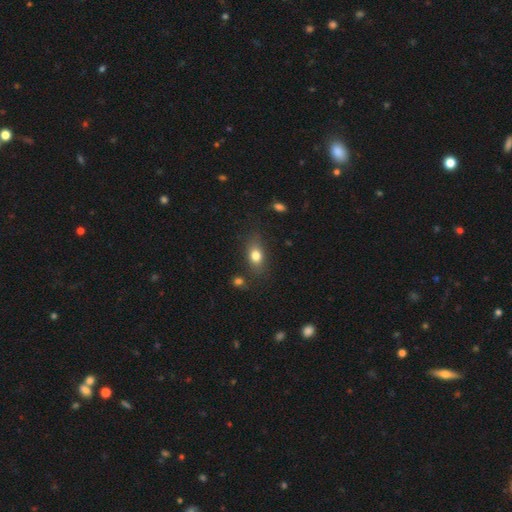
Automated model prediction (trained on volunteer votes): Smooth or featured: smooth — 78% (featured or disk — 12%)
How rounded: in between — 74% (round — 20%)
Merging: none — 75% (minor disturbance — 16%)